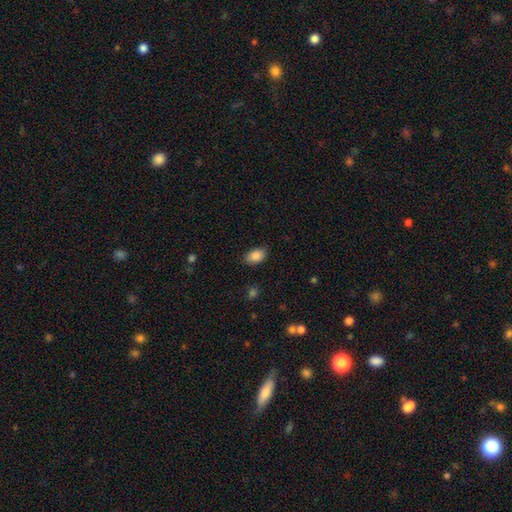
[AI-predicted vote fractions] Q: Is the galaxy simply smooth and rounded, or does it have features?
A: smooth — 86%.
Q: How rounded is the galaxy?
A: in between — 89%.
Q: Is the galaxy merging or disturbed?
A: none — 83%.